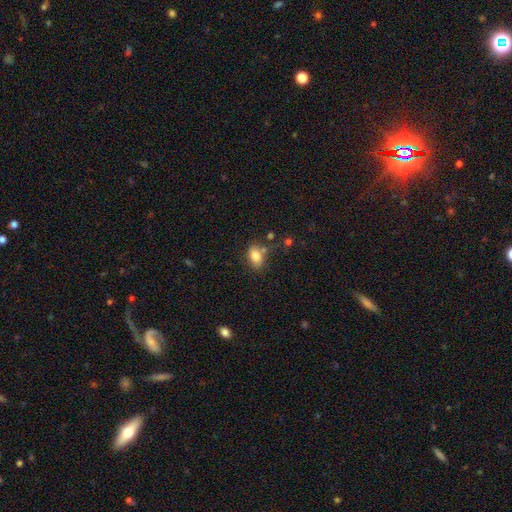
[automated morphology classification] Smooth or featured?
  - smooth: 82% *
  - star or artifact: 9%
  - featured or disk: 9%
How rounded?
  - in between: 86% *
  - round: 12%
  - cigar-shaped: 2%
Merging?
  - none: 64% *
  - minor disturbance: 17%
  - merger: 13%
  - major disturbance: 5%